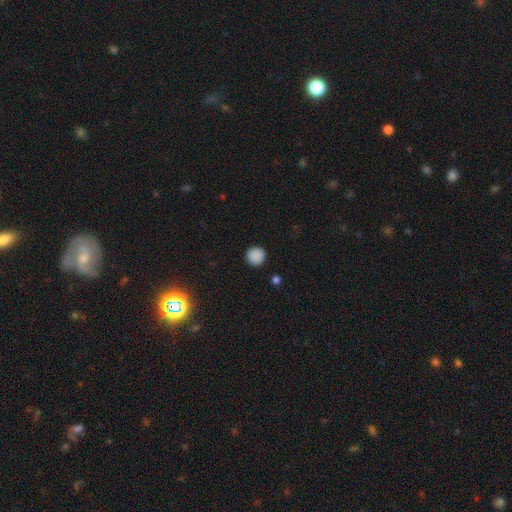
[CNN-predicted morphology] smooth-or-featured: smooth: 88% | star or artifact: 9% | featured or disk: 2%
  how-rounded: round: 95% | in between: 4% | cigar-shaped: 1%
  merging: none: 92% | minor disturbance: 5% | major disturbance: 2% | merger: 1%